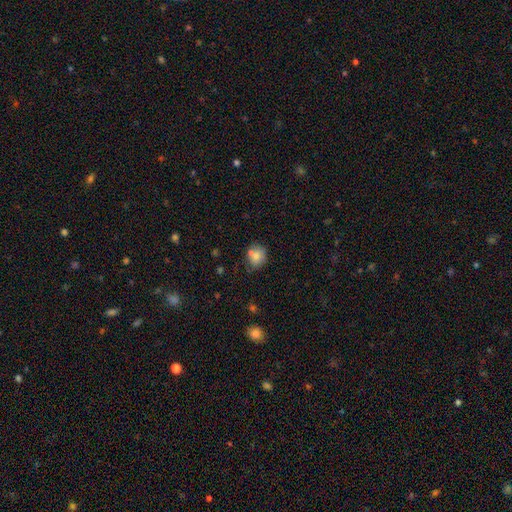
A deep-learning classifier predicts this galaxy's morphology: smooth_or_featured: smooth (p=0.75) [alt: featured or disk p=0.15]
how_rounded: round (p=0.67) [alt: in between p=0.32]
merging: none (p=0.60) [alt: minor disturbance p=0.18]